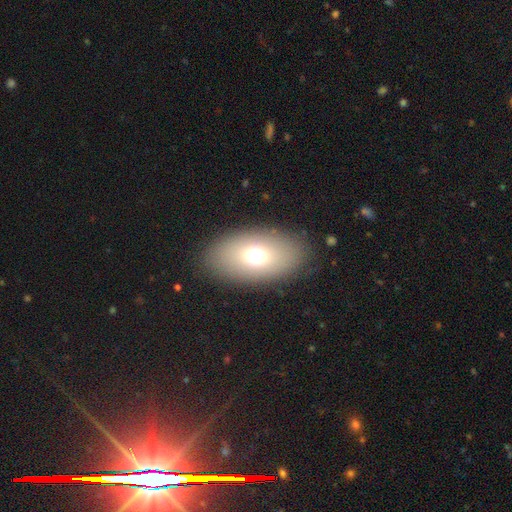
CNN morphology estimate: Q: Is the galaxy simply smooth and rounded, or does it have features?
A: smooth — 71%.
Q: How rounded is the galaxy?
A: in between — 90%.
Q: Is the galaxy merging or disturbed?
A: none — 86%.